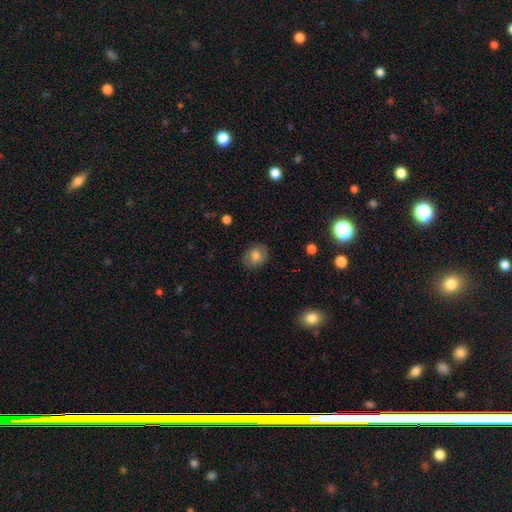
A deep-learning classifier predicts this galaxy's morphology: smooth_or_featured: smooth (p=0.73) [alt: featured or disk p=0.18]
how_rounded: in between (p=0.53) [alt: round p=0.46]
merging: none (p=0.82) [alt: minor disturbance p=0.13]